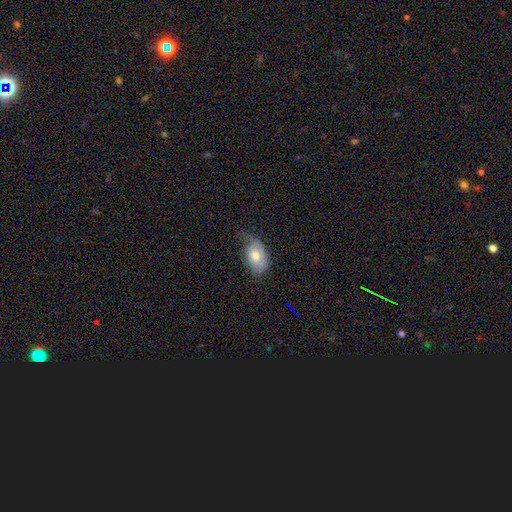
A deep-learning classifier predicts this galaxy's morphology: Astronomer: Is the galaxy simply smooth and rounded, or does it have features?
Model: smooth — 61%.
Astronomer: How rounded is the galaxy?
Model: in between — 87%.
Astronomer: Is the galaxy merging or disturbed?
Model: minor disturbance — 40% (runner-up: none, 36%).